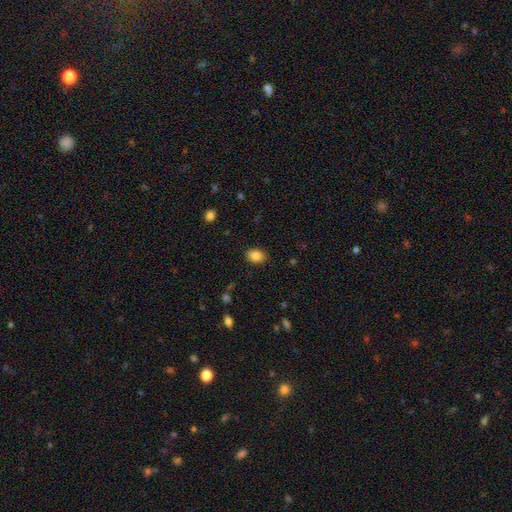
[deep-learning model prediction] This is clearly a smooth galaxy (84%). How rounded: likely in between (73%). Merging: clearly none (86%).